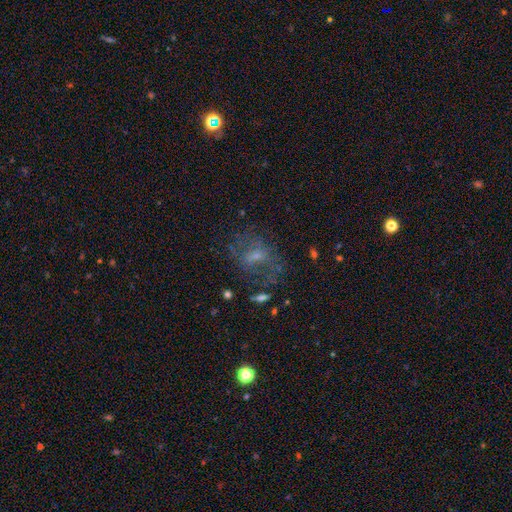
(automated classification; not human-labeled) Smooth or featured: featured or disk — 45% (smooth — 32%)
Merging: none — 54% (major disturbance — 23%)